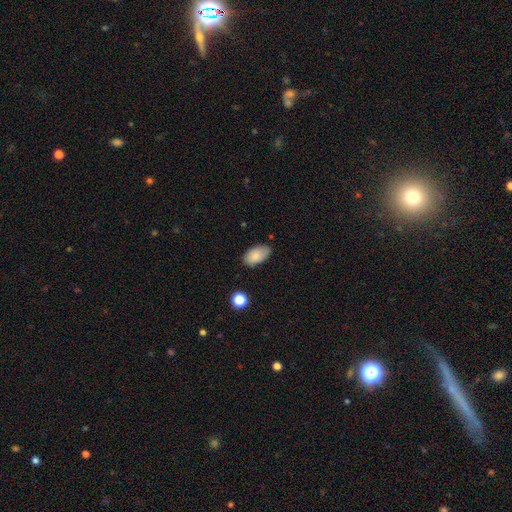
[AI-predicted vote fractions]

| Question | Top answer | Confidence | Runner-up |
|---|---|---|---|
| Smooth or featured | smooth | 86% | star or artifact (8%) |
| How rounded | in between | 94% | round (4%) |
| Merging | none | 79% | minor disturbance (16%) |